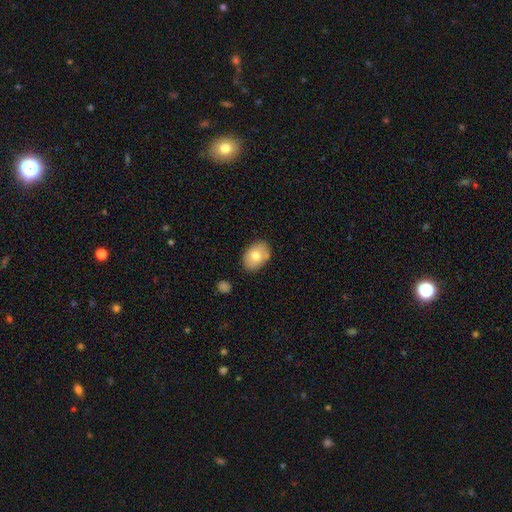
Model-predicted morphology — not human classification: smooth 74%, featured or disk 19%, star or artifact 7%. Down the decision tree: how rounded — in between (79%); merging — none (78%).